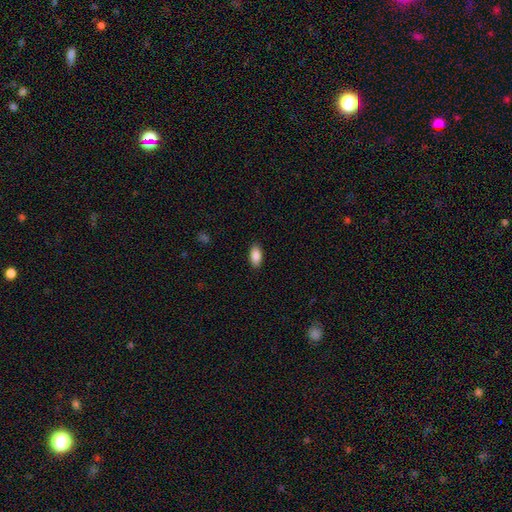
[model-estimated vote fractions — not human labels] smooth 89%, star or artifact 7%, featured or disk 4%. Down the decision tree: how rounded — in between (93%); merging — none (89%).